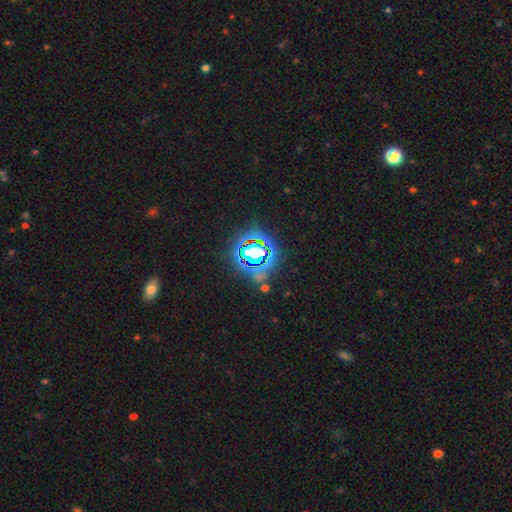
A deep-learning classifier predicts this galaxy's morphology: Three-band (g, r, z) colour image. It shows a star or artifact, not a galaxy (74%).